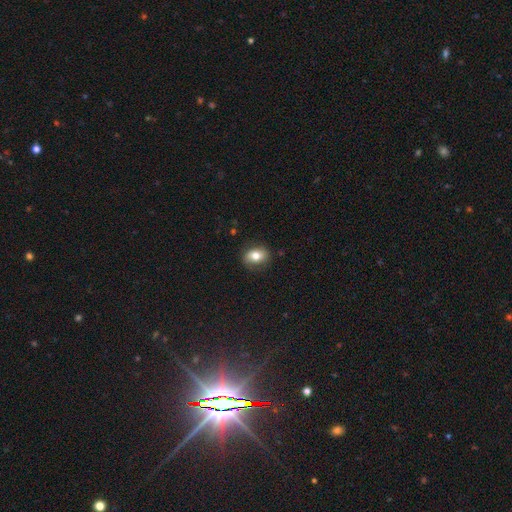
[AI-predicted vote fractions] Smooth or featured?
  - smooth: 76% *
  - featured or disk: 15%
  - star or artifact: 9%
How rounded?
  - in between: 71% *
  - round: 28%
  - cigar-shaped: 2%
Merging?
  - none: 82% *
  - minor disturbance: 14%
  - major disturbance: 4%
  - merger: 1%